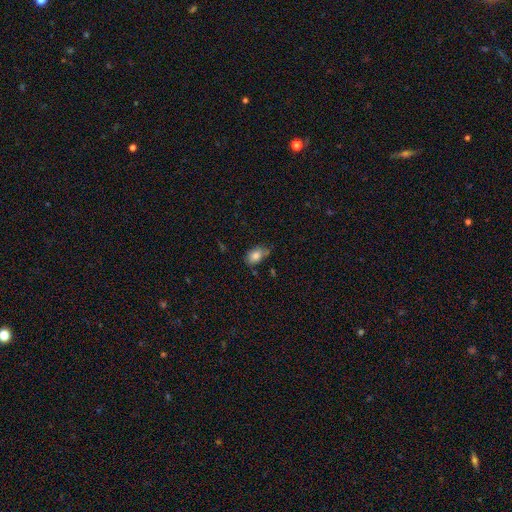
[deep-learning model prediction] Q: Smooth or featured?
A: smooth (80%); runner-up: featured or disk (12%)
Q: How rounded?
A: in between (85%); runner-up: round (14%)
Q: Merging?
A: none (60%); runner-up: minor disturbance (30%)